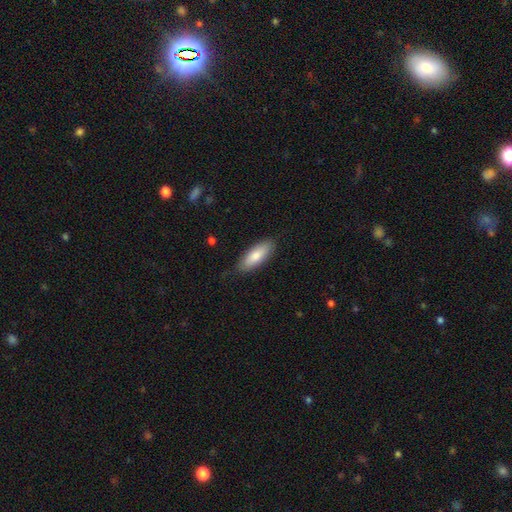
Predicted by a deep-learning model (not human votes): This appears to be a smooth galaxy with no disk features (80%) that is in between round and cigar-shaped (69%). Merging: none (82%).